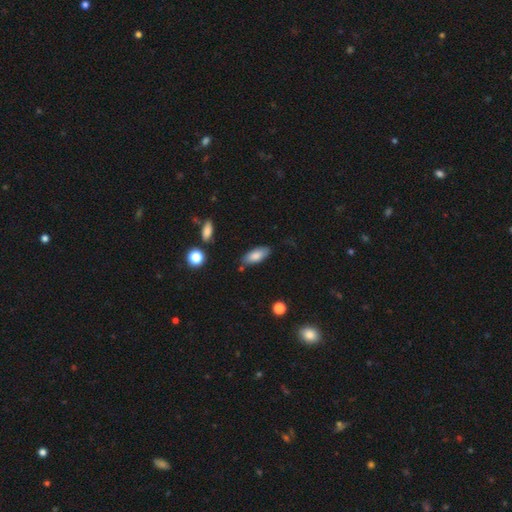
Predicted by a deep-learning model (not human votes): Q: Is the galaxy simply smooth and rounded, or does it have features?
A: smooth — 82%.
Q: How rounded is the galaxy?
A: in between — 82%.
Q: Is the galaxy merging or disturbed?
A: none — 79%.